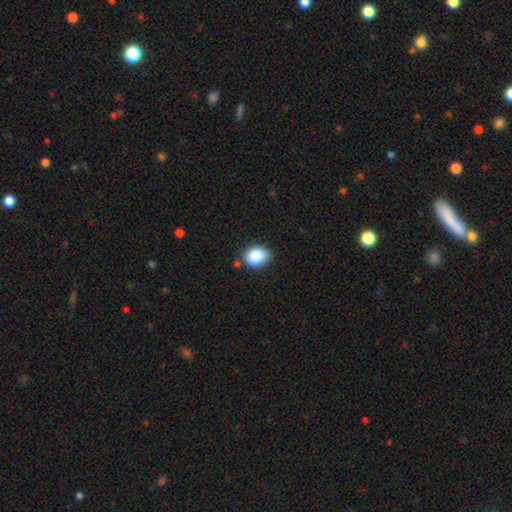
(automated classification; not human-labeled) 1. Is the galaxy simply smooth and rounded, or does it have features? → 87% smooth, 8% star or artifact, 5% featured or disk.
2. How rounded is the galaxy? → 59% in between, 40% round, 1% cigar-shaped.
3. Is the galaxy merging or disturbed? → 72% none, 20% minor disturbance, 4% merger, 4% major disturbance.